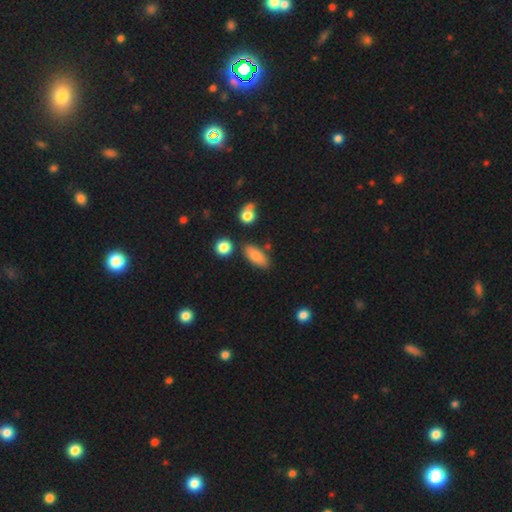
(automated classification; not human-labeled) Overall: smooth (80%). How rounded: in between (81%). Merging: none (77%).